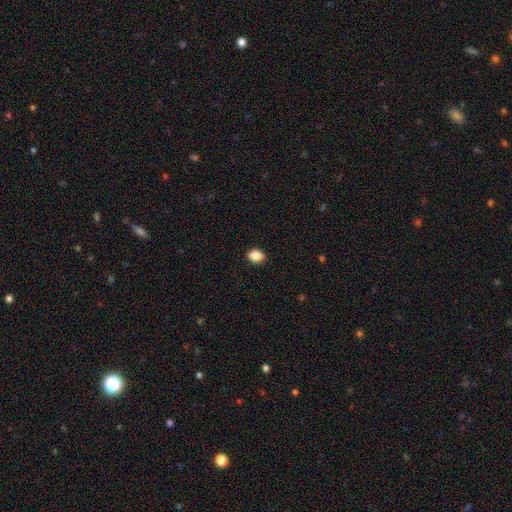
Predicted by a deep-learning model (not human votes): Morphology: type=smooth (88%); roundness=in between (64%); merging=none (90%).